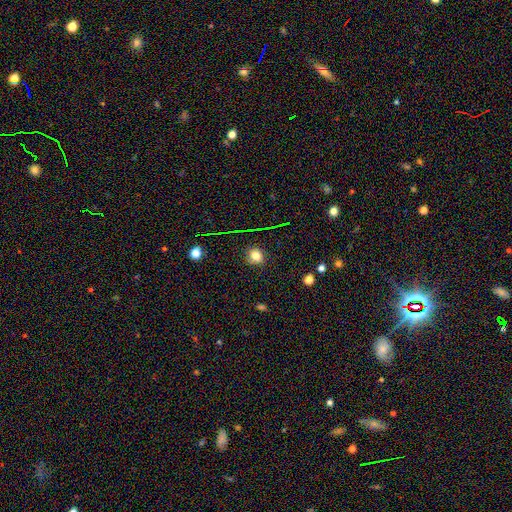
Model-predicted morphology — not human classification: Smooth or featured? smooth (75%)
How rounded? round (70%)
Merging? none (86%)